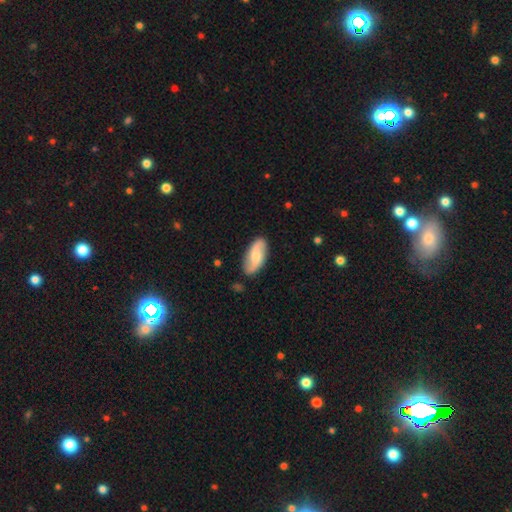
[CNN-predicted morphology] A featured or disk galaxy (62%) with a weak bar (44%), 2 (91%) loose (71%) spiral arms (89%) and a moderate central bulge (50%). Merging: none (85%).